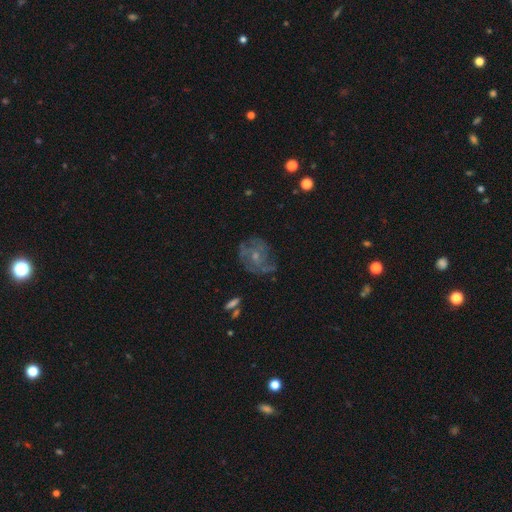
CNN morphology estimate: Smooth or featured? Predicted: featured or disk (p=0.74). Edge-on disk? Predicted: no (p=0.97). Bar? Predicted: no (p=0.68). Spiral arms? Predicted: yes (p=0.83). Spiral winding? Predicted: tight (p=0.41, tied with medium). Spiral arm count? Predicted: can't tell (p=0.36). Bulge size? Predicted: small (p=0.61). Merging? Predicted: none (p=0.64).